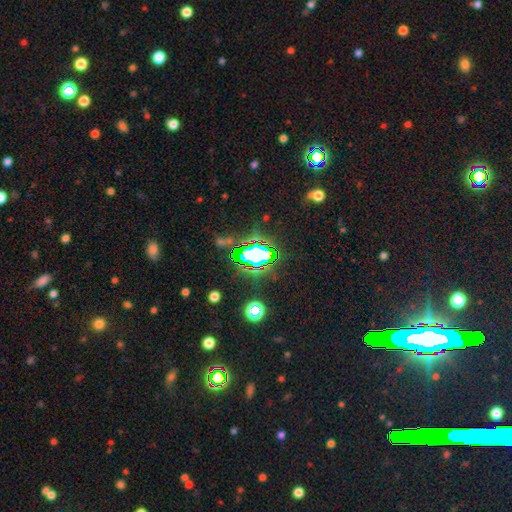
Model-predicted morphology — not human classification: A star or artifact, not a galaxy (73%).